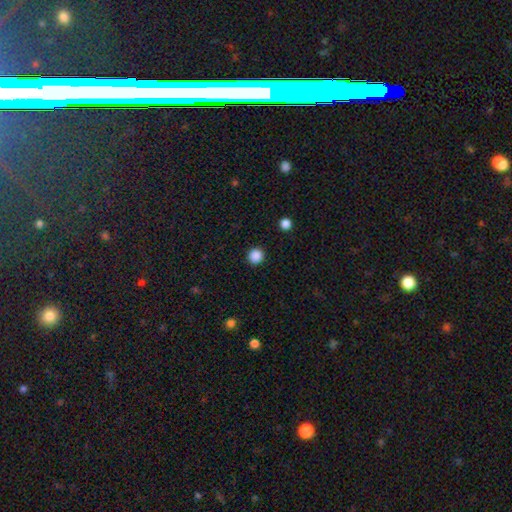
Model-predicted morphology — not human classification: type=smooth (87%); roundness=round (95%); merging=none (93%).